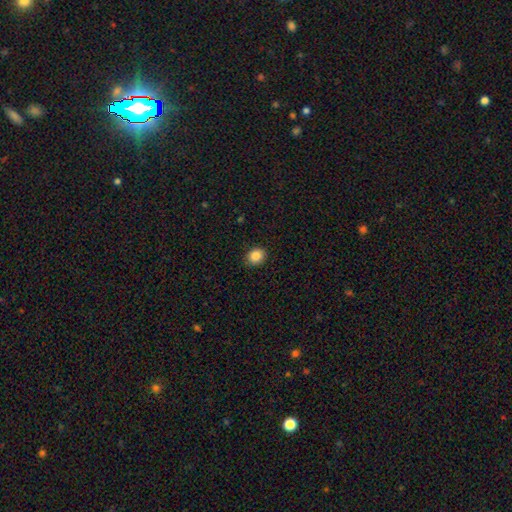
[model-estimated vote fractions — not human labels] Smooth or featured?
  - smooth: 87% *
  - star or artifact: 9%
  - featured or disk: 3%
How rounded?
  - round: 69% *
  - in between: 30%
  - cigar-shaped: 1%
Merging?
  - none: 90% *
  - minor disturbance: 7%
  - major disturbance: 2%
  - merger: 1%